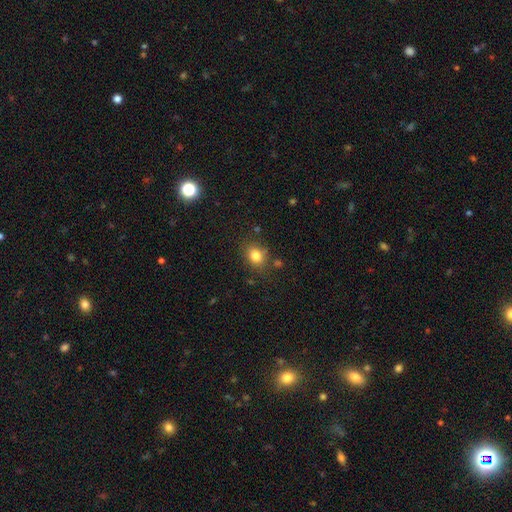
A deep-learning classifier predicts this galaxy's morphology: Q: Smooth or featured?
A: smooth (81%); runner-up: star or artifact (12%)
Q: How rounded?
A: round (53%); runner-up: in between (46%)
Q: Merging?
A: none (79%); runner-up: minor disturbance (13%)